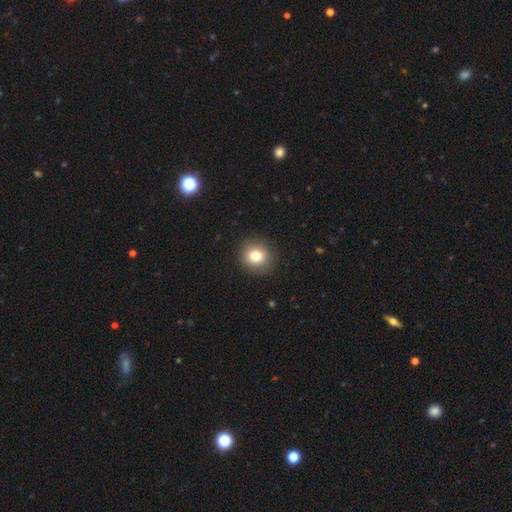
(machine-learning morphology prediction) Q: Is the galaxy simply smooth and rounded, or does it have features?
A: smooth — 80%.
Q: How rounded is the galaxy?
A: round — 89%.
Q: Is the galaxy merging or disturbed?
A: none — 90%.